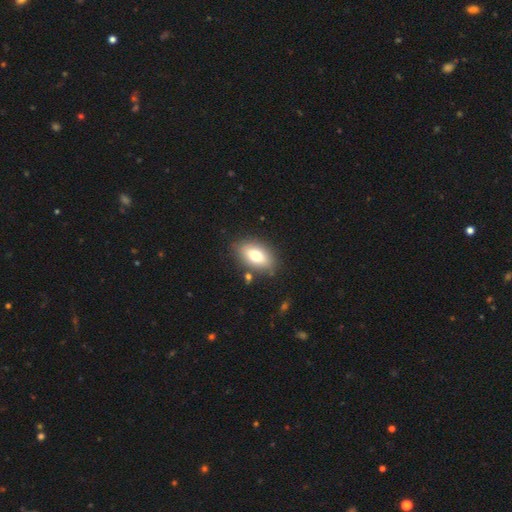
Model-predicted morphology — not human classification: Smooth or featured?
  - smooth: 73% *
  - featured or disk: 19%
  - star or artifact: 8%
How rounded?
  - in between: 89% *
  - round: 6%
  - cigar-shaped: 5%
Merging?
  - none: 82% *
  - minor disturbance: 12%
  - merger: 4%
  - major disturbance: 3%